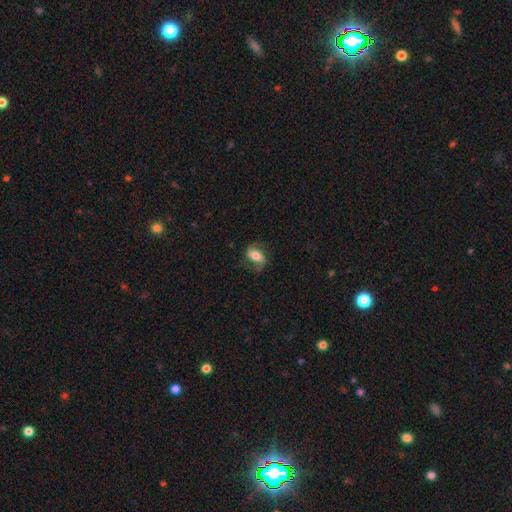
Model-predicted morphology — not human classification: A featured or disk galaxy (54%) with no bar (39%), spiral arms (87%) and a moderate central bulge (54%).

Vote fractions:
- Smooth or featured? featured or disk: 54% / smooth: 38% / star or artifact: 8%
- Edge-on disk? no: 94% / yes: 6%
- Bar? no: 39% / weak: 32% / strong: 28%
- Spiral arms? yes: 87% / no: 13%
- Bulge size? moderate: 54% / large: 26% / small: 14% / dominant: 4% / none: 2%
- Merging? none: 72% / minor disturbance: 18% / major disturbance: 10% / merger: 1%